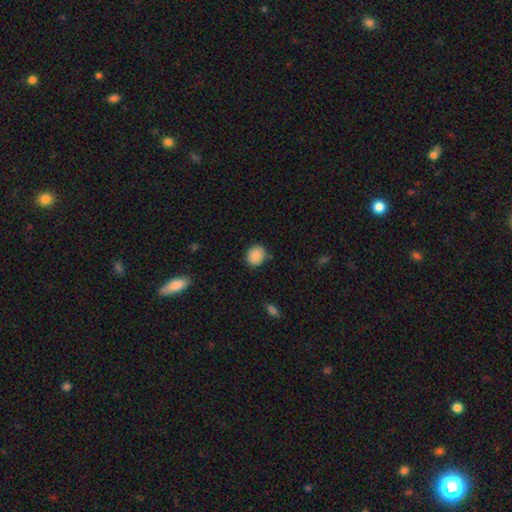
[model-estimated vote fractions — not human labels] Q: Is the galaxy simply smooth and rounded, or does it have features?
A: smooth — 89%.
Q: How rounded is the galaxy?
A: round — 65%.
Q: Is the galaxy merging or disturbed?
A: none — 84%.